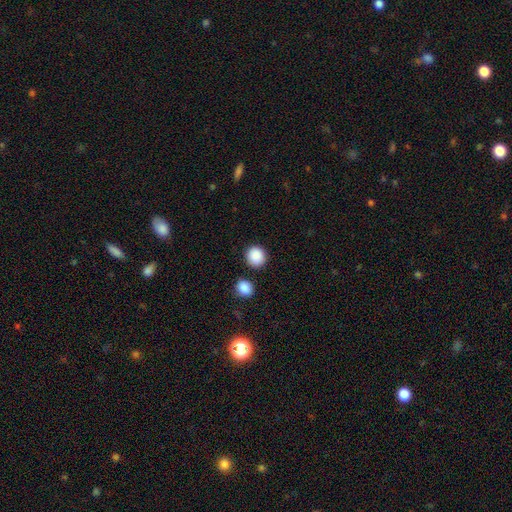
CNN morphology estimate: This appears to be a smooth galaxy with no disk features (89%) that is round (90%). Merging: none (85%).